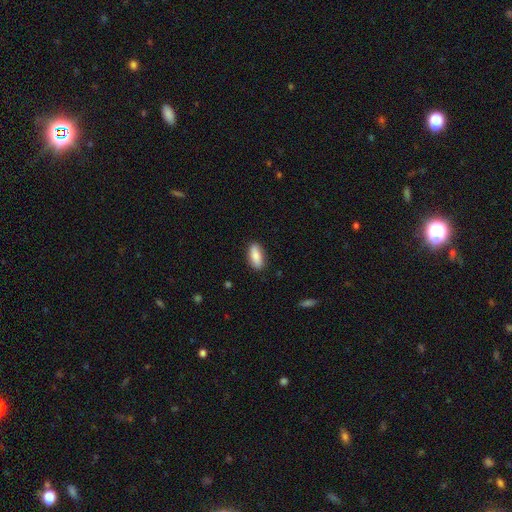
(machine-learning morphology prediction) smooth-or-featured: smooth: 83% | featured or disk: 10% | star or artifact: 6%
  how-rounded: in between: 82% | cigar-shaped: 16% | round: 3%
  merging: none: 86% | minor disturbance: 11% | major disturbance: 2% | merger: 1%